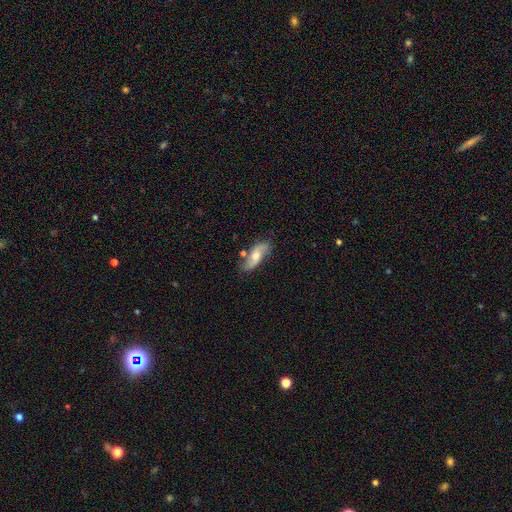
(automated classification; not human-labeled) Smooth or featured? Predicted: featured or disk (p=0.53). Edge-on disk? Predicted: no (p=0.82). Merging? Predicted: none (p=0.67).